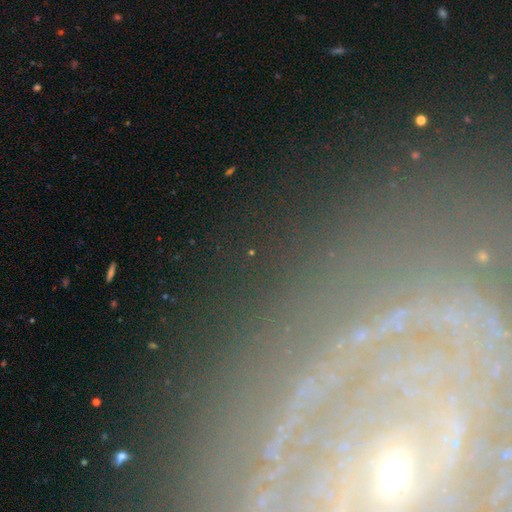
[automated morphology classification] This is likely a featured or disk galaxy (63%). It is clearly not viewed edge-on (84%). Bar: marginally no (42%). Spiral arm pattern: likely yes (75%). Central bulge: marginally small (44%). Merging: likely none (78%).